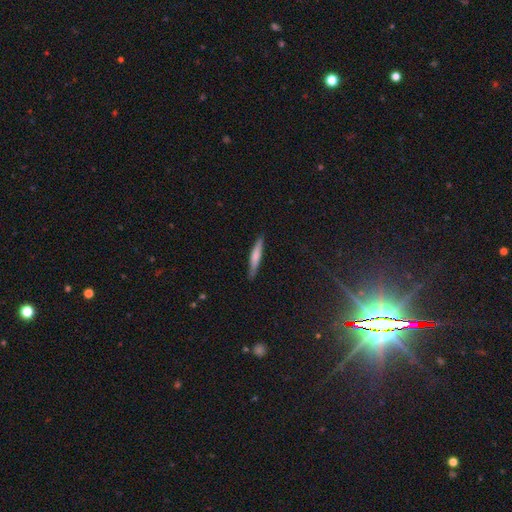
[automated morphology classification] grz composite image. It shows a smooth galaxy with no disk features (66%) that is cigar-shaped (91%). Merging: none (85%).